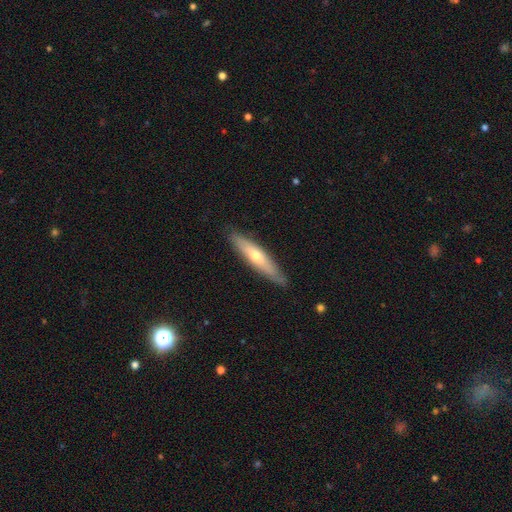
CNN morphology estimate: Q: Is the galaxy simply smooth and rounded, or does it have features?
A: smooth — 50%.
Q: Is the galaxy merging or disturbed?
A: none — 85%.